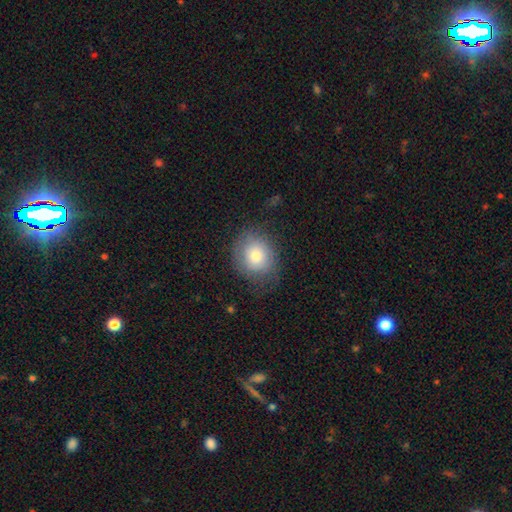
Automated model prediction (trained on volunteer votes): This appears to be a smooth galaxy with no disk features (73%) that is round (72%). Merging: none (68%).